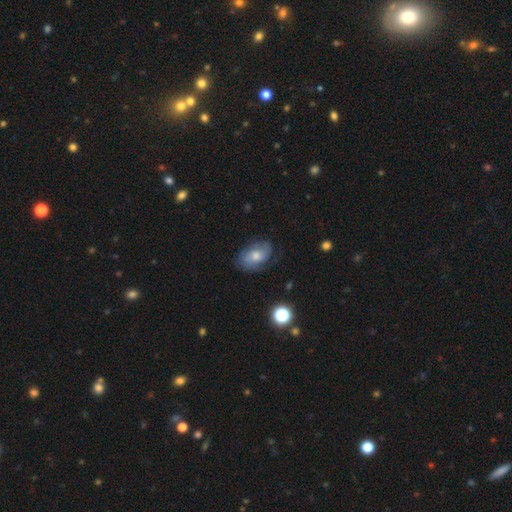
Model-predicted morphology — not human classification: A smooth galaxy with no disk features (47%).

Vote fractions:
- Smooth or featured? smooth: 47% / featured or disk: 45% / star or artifact: 9%
- Merging? none: 69% / minor disturbance: 22% / major disturbance: 8% / merger: 1%